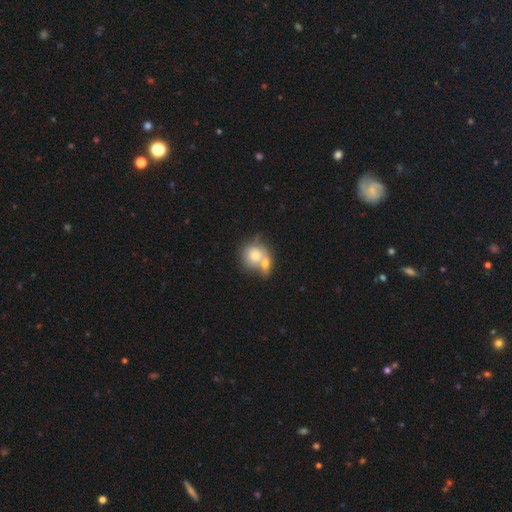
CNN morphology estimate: smooth 73%, featured or disk 20%, star or artifact 7%. Down the decision tree: how rounded — round (78%); merging — merger (61%).